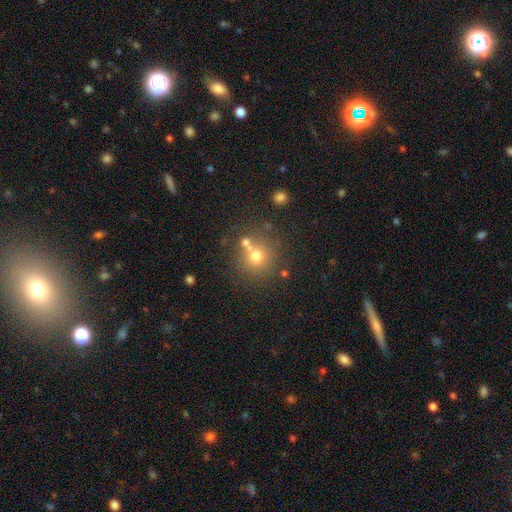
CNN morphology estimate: type=smooth (66%); roundness=round (89%); merging=none (63%).